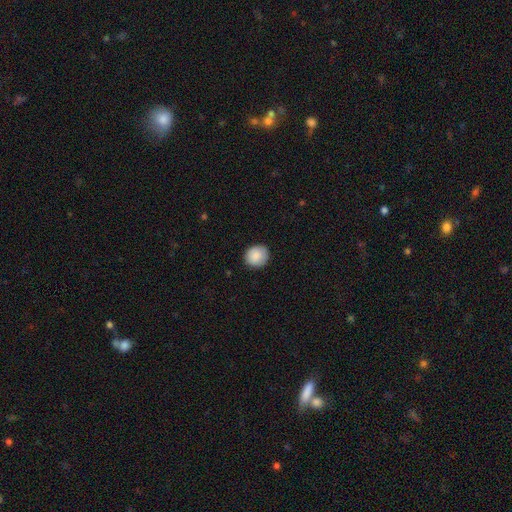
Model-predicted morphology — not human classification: A smooth galaxy with no disk features (87%) that is round (86%).

Vote fractions:
- Smooth or featured? smooth: 87% / star or artifact: 7% / featured or disk: 5%
- How rounded? round: 86% / in between: 13% / cigar-shaped: 1%
- Merging? none: 87% / minor disturbance: 10% / major disturbance: 2% / merger: 1%